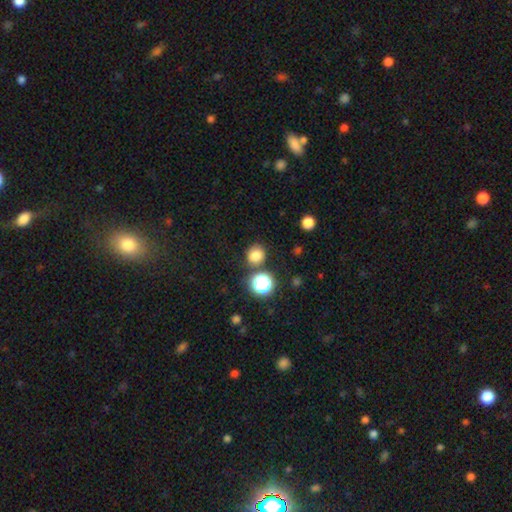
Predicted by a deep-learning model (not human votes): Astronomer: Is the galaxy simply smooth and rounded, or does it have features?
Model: smooth — 78%.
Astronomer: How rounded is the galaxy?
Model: round — 84%.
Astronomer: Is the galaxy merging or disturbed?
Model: none — 80%.